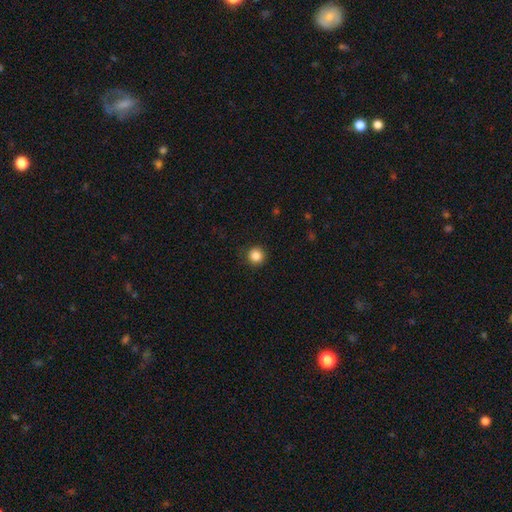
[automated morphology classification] Smooth or featured?
  - smooth: 86% *
  - star or artifact: 11%
  - featured or disk: 4%
How rounded?
  - round: 95% *
  - in between: 4%
  - cigar-shaped: 1%
Merging?
  - none: 91% *
  - minor disturbance: 6%
  - major disturbance: 2%
  - merger: 1%